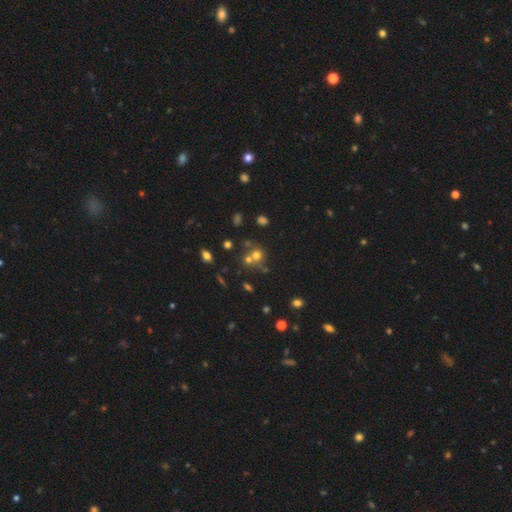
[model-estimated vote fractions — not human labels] smooth-or-featured: smooth: 60% | star or artifact: 23% | featured or disk: 16%
  how-rounded: round: 84% | in between: 15% | cigar-shaped: 1%
  merging: none: 47% | merger: 41% | minor disturbance: 8% | major disturbance: 4%